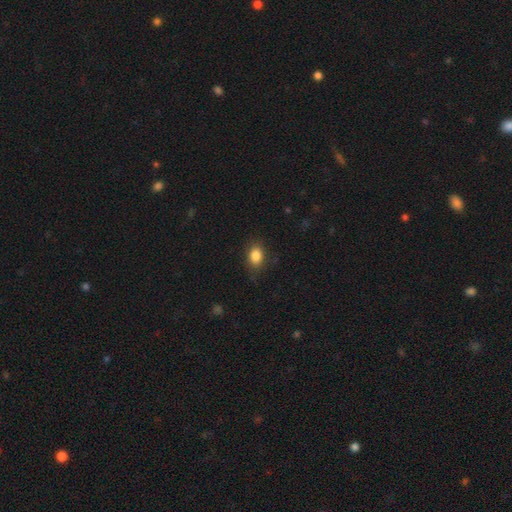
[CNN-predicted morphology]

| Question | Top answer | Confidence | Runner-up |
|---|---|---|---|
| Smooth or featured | smooth | 85% | star or artifact (9%) |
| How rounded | in between | 74% | round (25%) |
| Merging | none | 79% | minor disturbance (15%) |